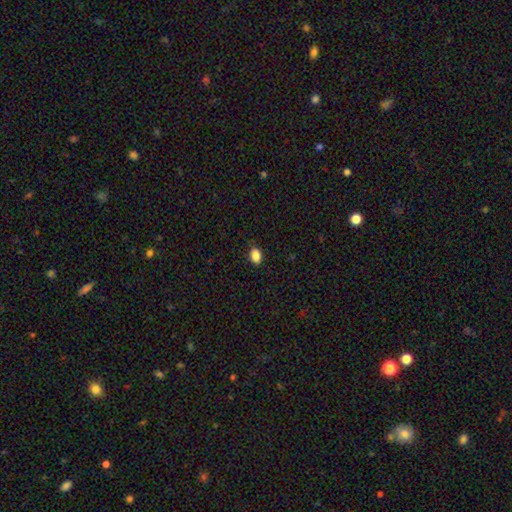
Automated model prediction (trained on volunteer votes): Smooth or featured: smooth — 87% (star or artifact — 9%)
How rounded: in between — 83% (round — 16%)
Merging: none — 88% (minor disturbance — 9%)